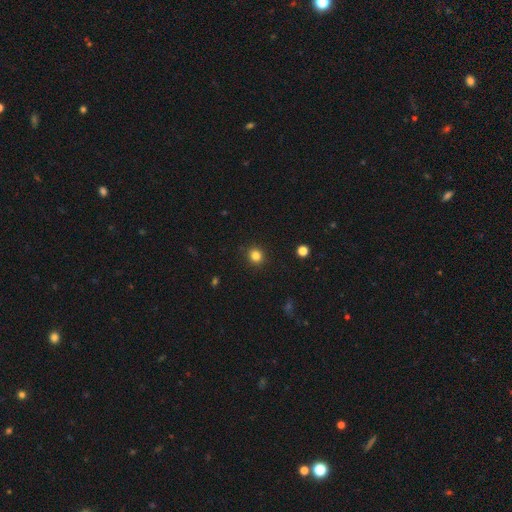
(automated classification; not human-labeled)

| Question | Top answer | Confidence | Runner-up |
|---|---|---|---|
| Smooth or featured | smooth | 83% | star or artifact (12%) |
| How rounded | round | 88% | in between (11%) |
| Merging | none | 92% | minor disturbance (6%) |